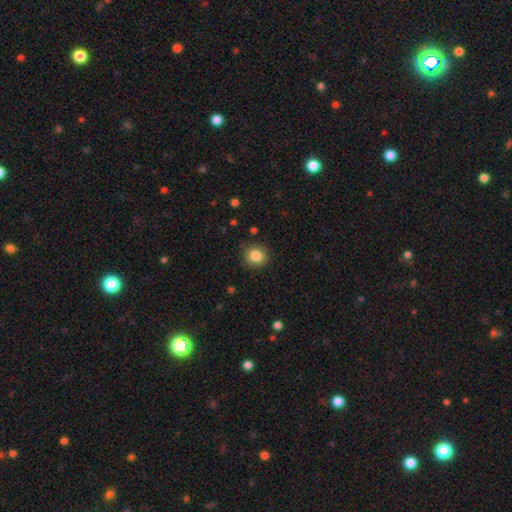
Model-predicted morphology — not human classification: The model was most divided on "how rounded": round: 85%, in between: 14%, cigar-shaped: 1%. More confident: merging — none (87%); smooth or featured — smooth (85%).